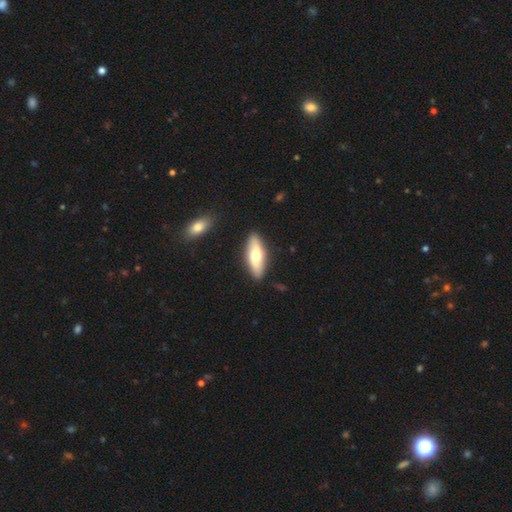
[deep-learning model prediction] Smooth or featured?
  - smooth: 60% *
  - featured or disk: 34%
  - star or artifact: 5%
How rounded?
  - in between: 62% *
  - cigar-shaped: 36%
  - round: 2%
Merging?
  - none: 88% *
  - minor disturbance: 9%
  - merger: 2%
  - major disturbance: 2%